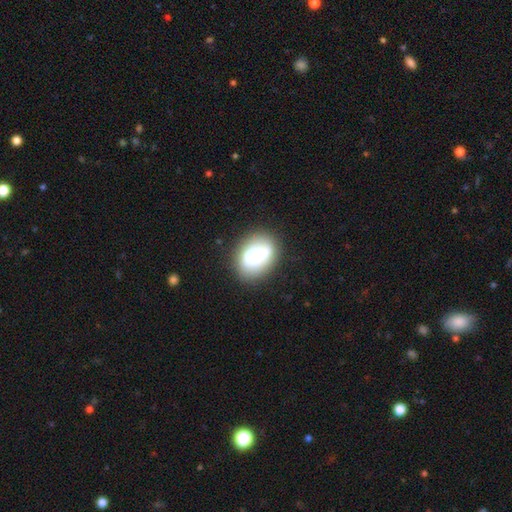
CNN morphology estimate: Smooth or featured: smooth — 59% (featured or disk — 30%)
How rounded: in between — 69% (round — 28%)
Merging: none — 56% (minor disturbance — 20%)